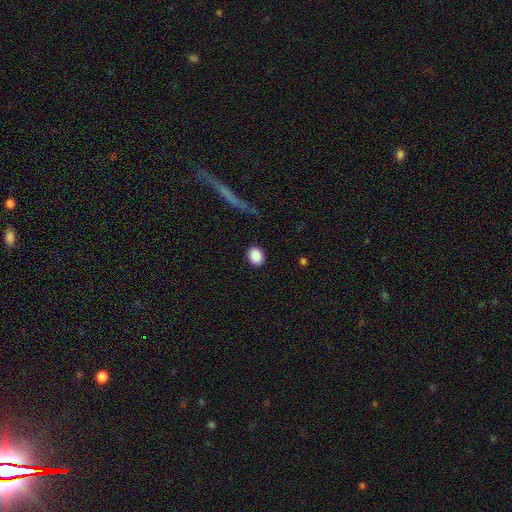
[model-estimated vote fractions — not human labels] Smooth or featured?
  - smooth: 89% *
  - star or artifact: 7%
  - featured or disk: 3%
How rounded?
  - round: 57% *
  - in between: 42%
  - cigar-shaped: 1%
Merging?
  - none: 87% *
  - minor disturbance: 8%
  - major disturbance: 3%
  - merger: 1%